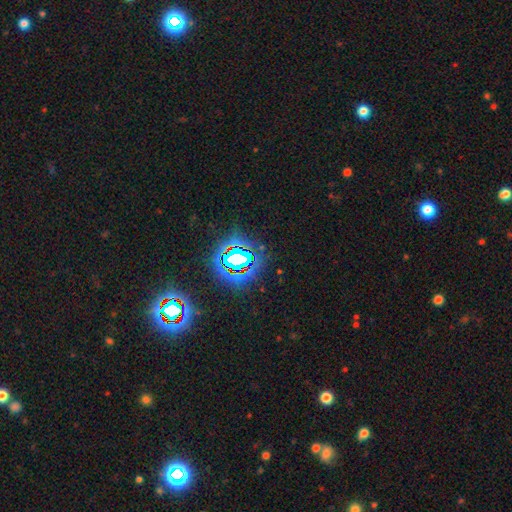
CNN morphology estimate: Overall: star or artifact (83%).